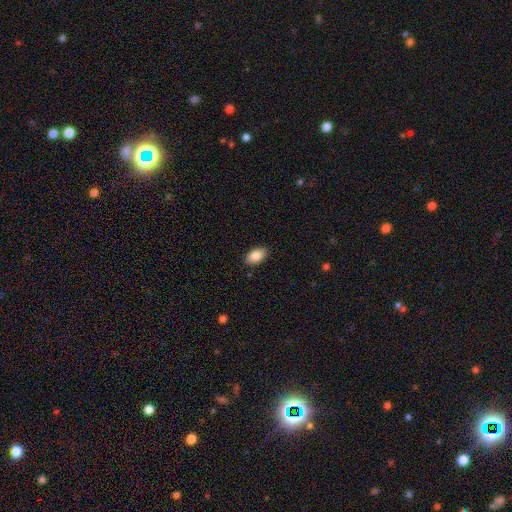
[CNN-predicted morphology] type=smooth (86%); roundness=in between (92%); merging=none (87%).